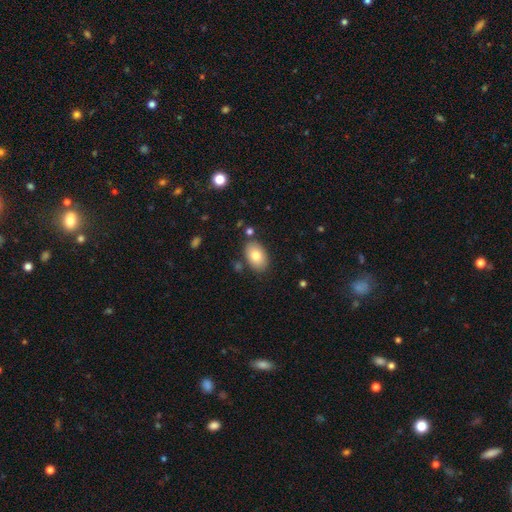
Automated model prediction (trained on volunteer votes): Morphology: type=smooth (80%); roundness=in between (90%); merging=none (83%).